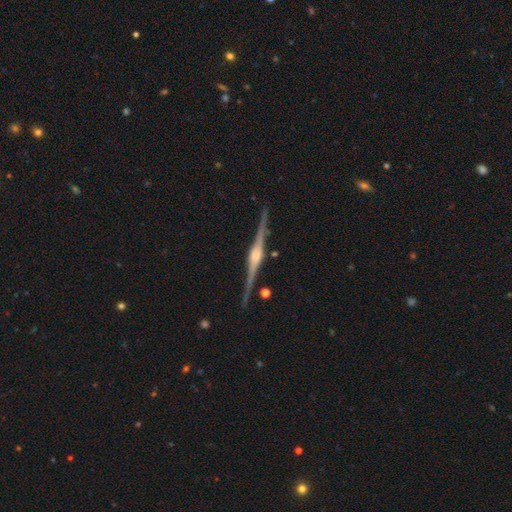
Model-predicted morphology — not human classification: Smooth or featured? featured or disk (89%)
Edge-on disk? yes (98%)
Edge-on bulge? rounded (80%)
Merging? none (88%)